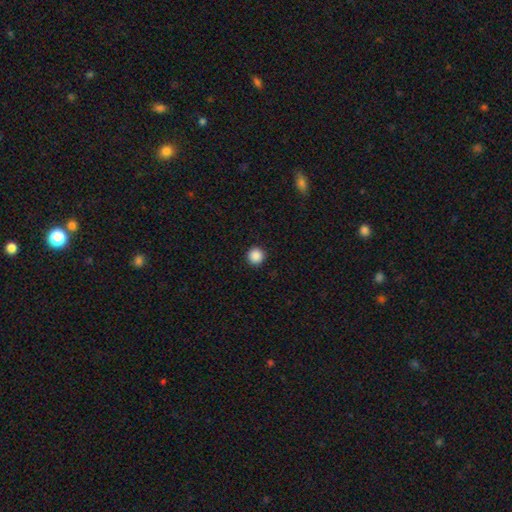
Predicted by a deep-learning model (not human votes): Q: Smooth or featured?
A: smooth (89%); runner-up: star or artifact (9%)
Q: How rounded?
A: round (96%); runner-up: in between (3%)
Q: Merging?
A: none (94%); runner-up: minor disturbance (4%)